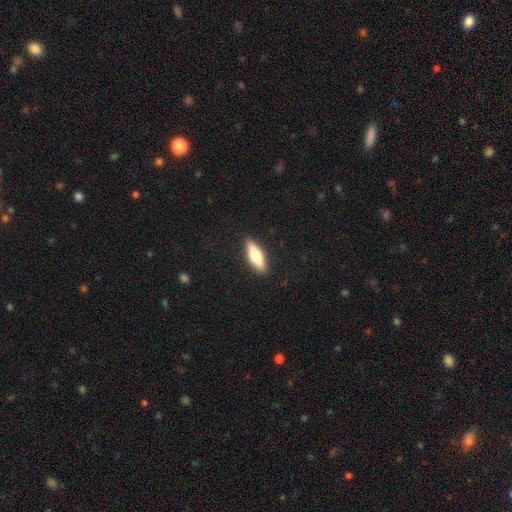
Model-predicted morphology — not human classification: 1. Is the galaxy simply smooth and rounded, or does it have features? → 65% smooth, 29% featured or disk, 6% star or artifact.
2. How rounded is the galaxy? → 52% in between, 46% cigar-shaped, 2% round.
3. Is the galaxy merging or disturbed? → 89% none, 8% minor disturbance, 2% major disturbance, 1% merger.